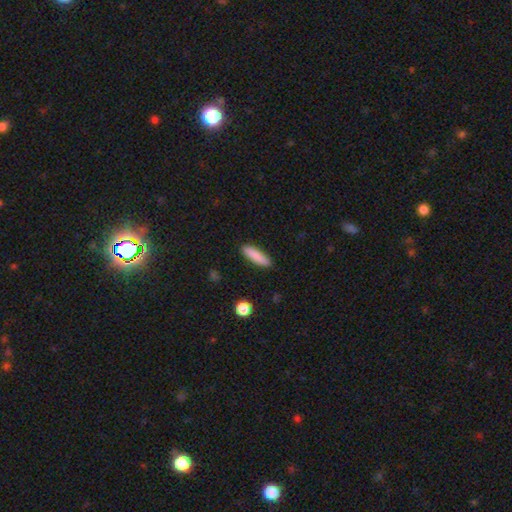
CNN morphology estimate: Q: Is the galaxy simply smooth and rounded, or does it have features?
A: smooth — 85%.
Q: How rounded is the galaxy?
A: cigar-shaped — 74%.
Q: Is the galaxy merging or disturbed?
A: none — 89%.